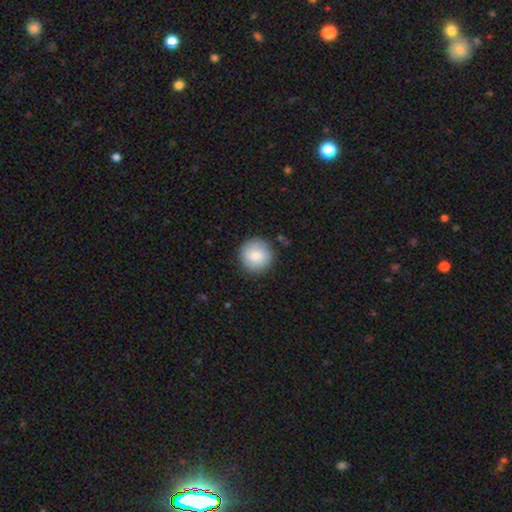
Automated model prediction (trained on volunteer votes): The model was most divided on "smooth or featured": smooth: 84%, featured or disk: 9%, star or artifact: 7%. More confident: how rounded — round (94%); merging — none (87%).